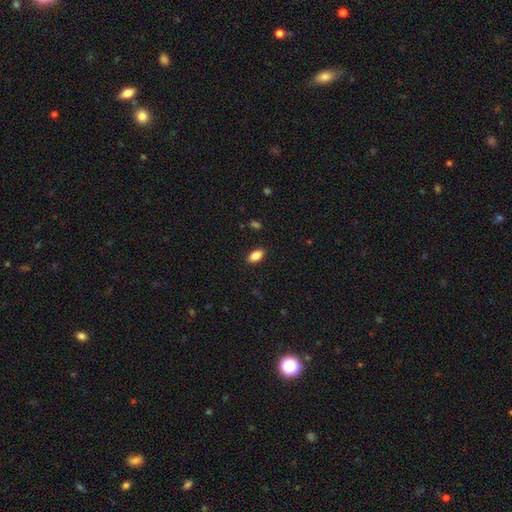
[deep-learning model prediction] smooth-or-featured: smooth: 86% | star or artifact: 8% | featured or disk: 6%
  how-rounded: in between: 92% | round: 5% | cigar-shaped: 4%
  merging: none: 89% | minor disturbance: 8% | major disturbance: 2% | merger: 1%